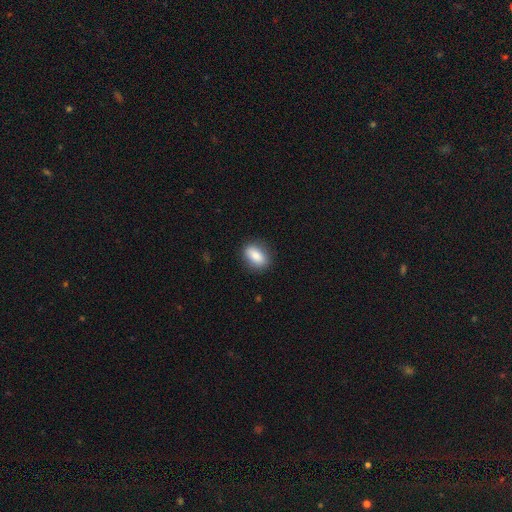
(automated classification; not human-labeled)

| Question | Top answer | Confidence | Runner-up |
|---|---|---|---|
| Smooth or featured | smooth | 85% | featured or disk (8%) |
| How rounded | in between | 84% | round (10%) |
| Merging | none | 85% | minor disturbance (11%) |